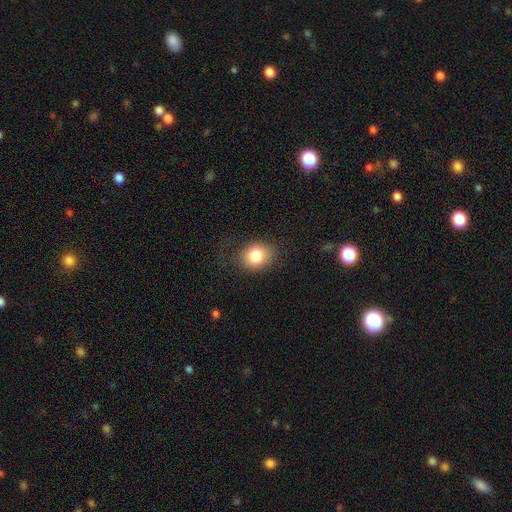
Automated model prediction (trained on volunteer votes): Morphology: type=smooth (81%); roundness=round (52%); merging=none (75%).